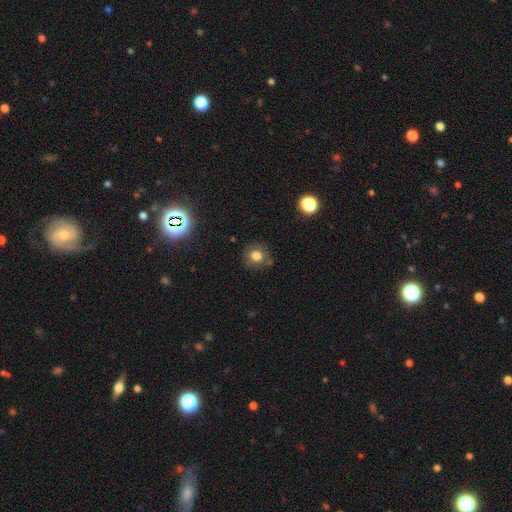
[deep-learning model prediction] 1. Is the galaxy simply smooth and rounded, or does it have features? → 74% smooth, 14% star or artifact, 12% featured or disk.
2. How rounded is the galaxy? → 87% round, 12% in between, 1% cigar-shaped.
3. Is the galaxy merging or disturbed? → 78% none, 15% minor disturbance, 5% major disturbance, 3% merger.